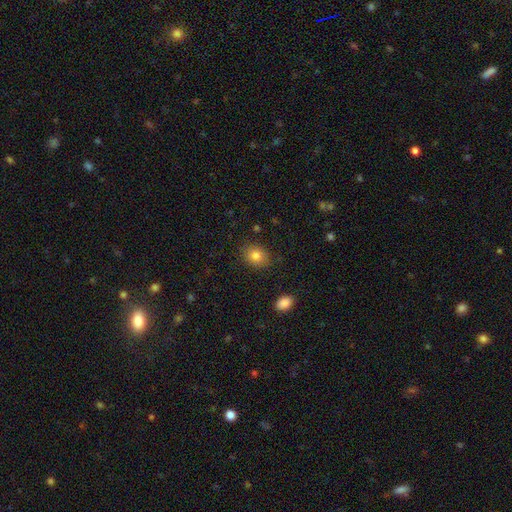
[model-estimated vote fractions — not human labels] Smooth or featured? Predicted: smooth (p=0.82). How rounded? Predicted: round (p=0.55). Merging? Predicted: none (p=0.85).